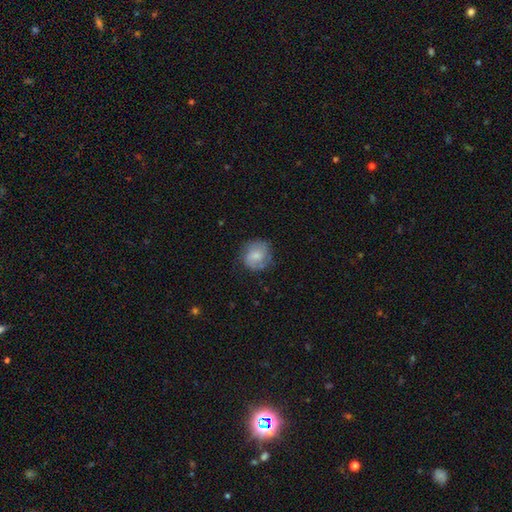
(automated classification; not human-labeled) A smooth galaxy with no disk features (58%) that is round (81%). Merging: none (68%).